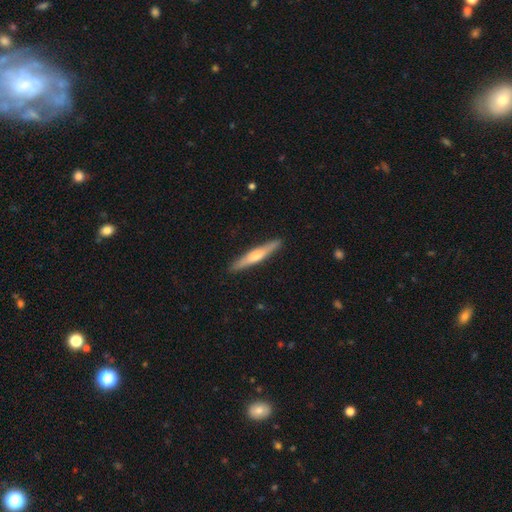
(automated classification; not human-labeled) Smooth or featured?
  - featured or disk: 57% *
  - smooth: 38%
  - star or artifact: 5%
Edge-on disk?
  - yes: 96% *
  - no: 4%
Edge-on bulge?
  - rounded: 83% *
  - none: 12%
  - boxy: 5%
Merging?
  - none: 92% *
  - minor disturbance: 6%
  - major disturbance: 1%
  - merger: 1%